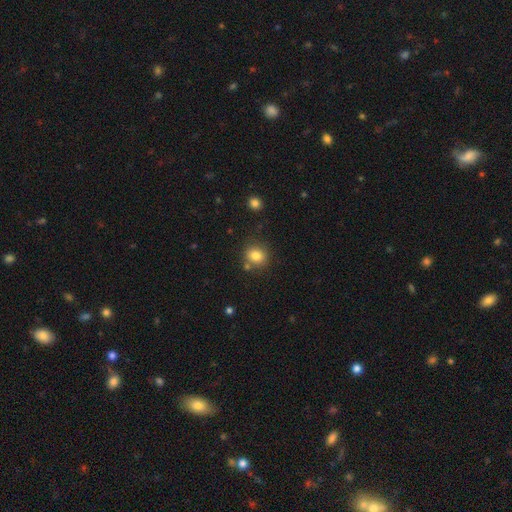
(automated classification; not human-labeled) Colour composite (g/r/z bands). It shows a smooth galaxy with no disk features (82%) that is round (79%). Merging: none (76%).